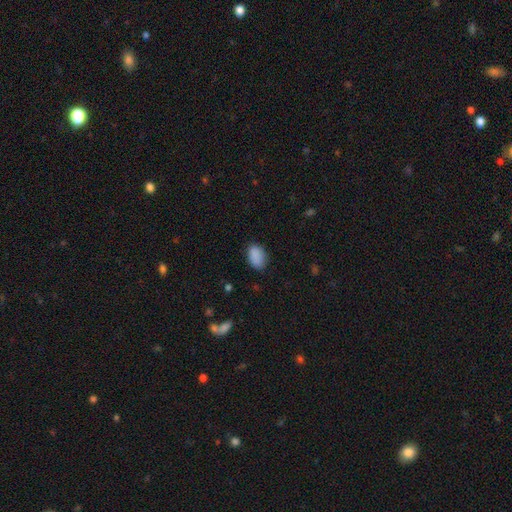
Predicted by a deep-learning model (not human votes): smooth-or-featured: smooth: 88% | star or artifact: 8% | featured or disk: 4%
  how-rounded: in between: 88% | round: 10% | cigar-shaped: 1%
  merging: none: 78% | minor disturbance: 17% | major disturbance: 4% | merger: 1%